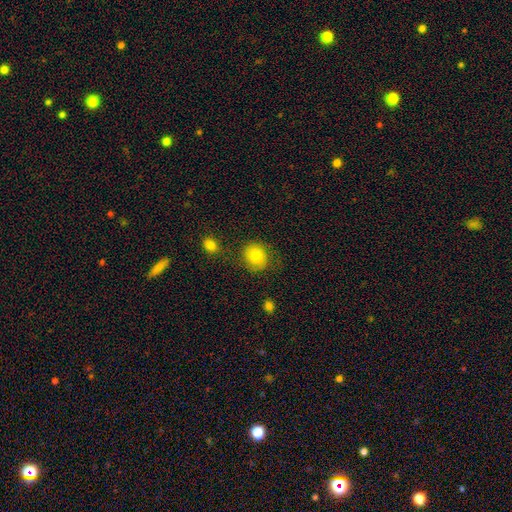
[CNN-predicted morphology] smooth 82%, star or artifact 9%, featured or disk 9%. Down the decision tree: how rounded — round (75%); merging — none (76%).